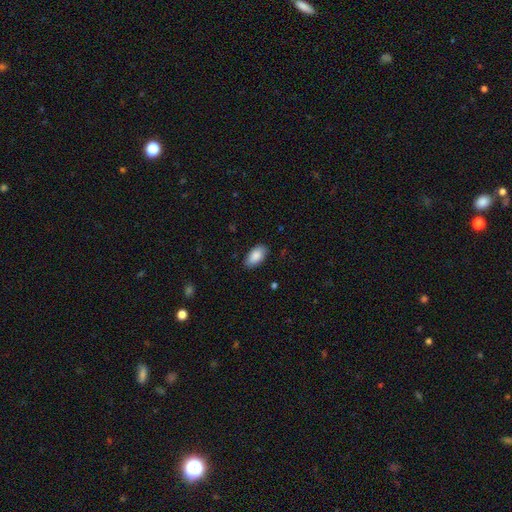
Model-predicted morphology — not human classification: smooth 88%, star or artifact 6%, featured or disk 6%. Down the decision tree: how rounded — in between (94%); merging — none (84%).